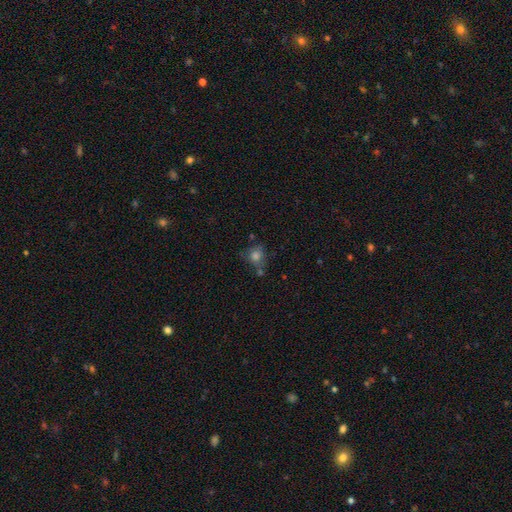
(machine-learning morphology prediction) Smooth or featured: smooth — 76% (star or artifact — 14%)
How rounded: round — 79% (in between — 19%)
Merging: none — 59% (minor disturbance — 18%)